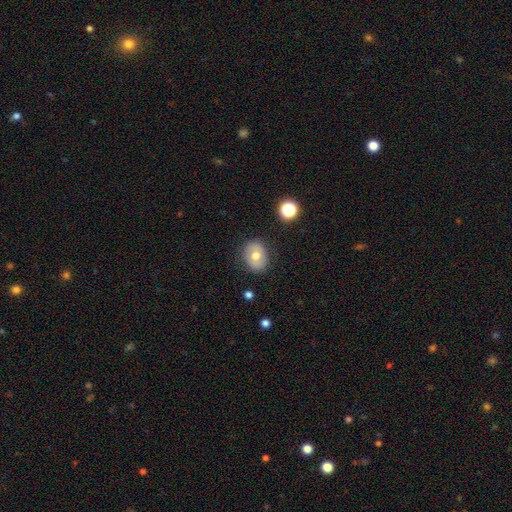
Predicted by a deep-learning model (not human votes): smooth 66%, featured or disk 25%, star or artifact 10%. Down the decision tree: how rounded — round (50%, tied with in between); merging — none (83%).